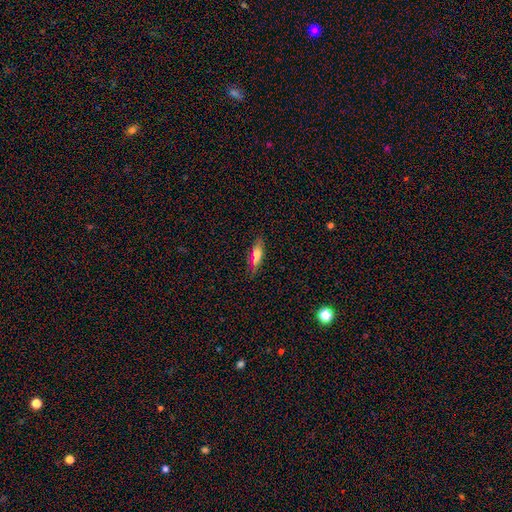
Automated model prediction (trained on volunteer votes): Q: Smooth or featured?
A: smooth (65%); runner-up: featured or disk (26%)
Q: How rounded?
A: in between (54%); runner-up: cigar-shaped (43%)
Q: Merging?
A: none (84%); runner-up: minor disturbance (12%)